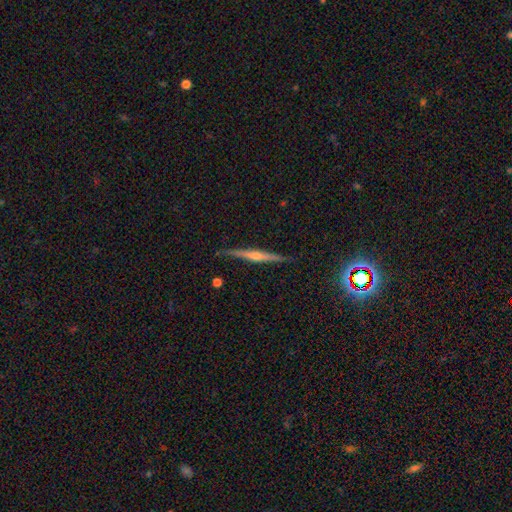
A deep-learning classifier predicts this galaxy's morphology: Smooth or featured?
  - featured or disk: 75% *
  - smooth: 19%
  - star or artifact: 7%
Edge-on disk?
  - yes: 98% *
  - no: 2%
Edge-on bulge?
  - rounded: 71% *
  - none: 17%
  - boxy: 12%
Merging?
  - none: 88% *
  - minor disturbance: 9%
  - major disturbance: 2%
  - merger: 1%